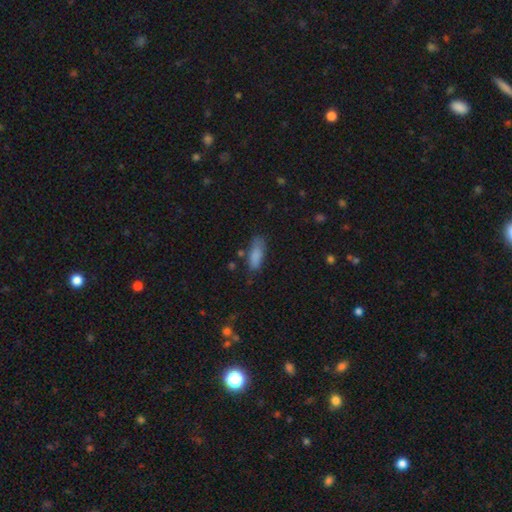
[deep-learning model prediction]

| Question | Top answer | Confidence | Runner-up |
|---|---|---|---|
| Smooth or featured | smooth | 85% | star or artifact (8%) |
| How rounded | in between | 71% | cigar-shaped (27%) |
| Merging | none | 64% | minor disturbance (25%) |